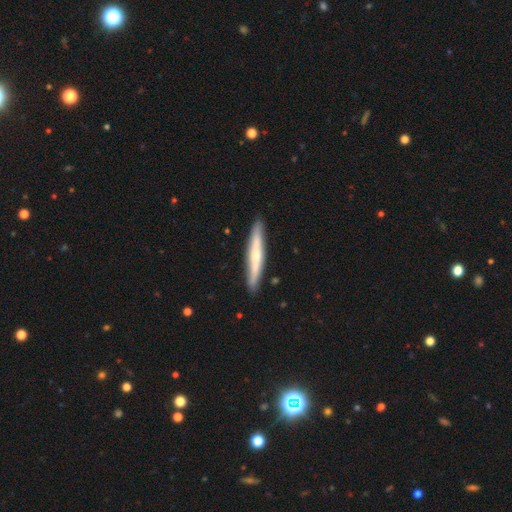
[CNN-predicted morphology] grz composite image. It shows a featured or disk galaxy (48%). Merging: none (89%).